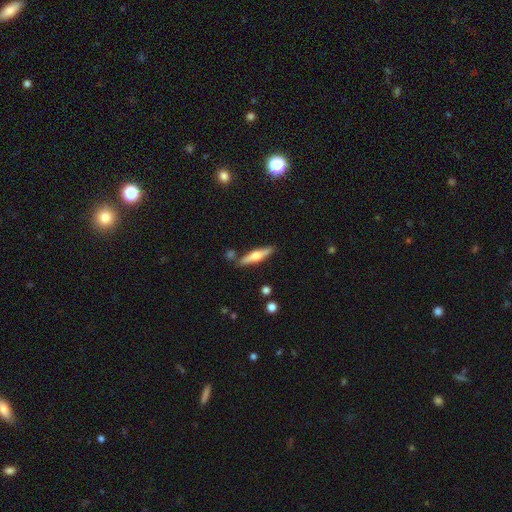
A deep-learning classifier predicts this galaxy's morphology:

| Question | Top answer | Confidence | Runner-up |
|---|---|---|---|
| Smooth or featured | featured or disk | 50% | smooth (44%) |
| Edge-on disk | yes | 94% | no (6%) |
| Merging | none | 83% | minor disturbance (10%) |